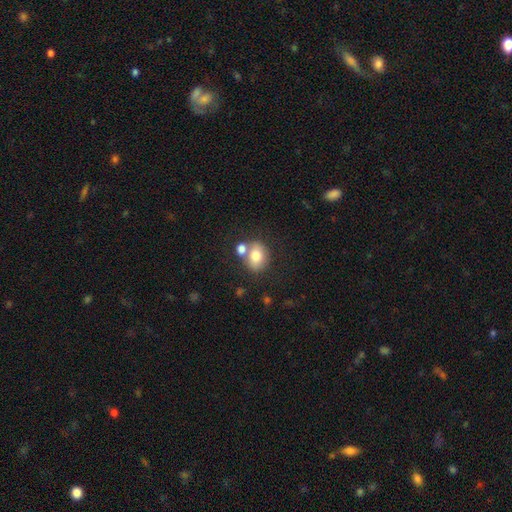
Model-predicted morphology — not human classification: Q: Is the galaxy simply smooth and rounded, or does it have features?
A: smooth — 77%.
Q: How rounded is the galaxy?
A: in between — 52%.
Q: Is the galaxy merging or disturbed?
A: none — 55%.